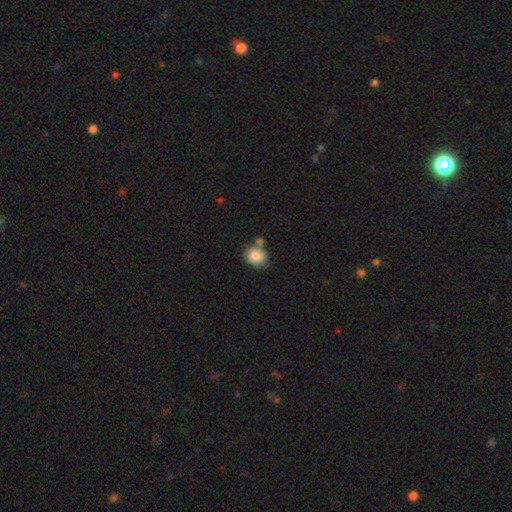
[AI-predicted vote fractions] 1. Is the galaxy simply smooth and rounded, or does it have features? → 85% smooth, 8% star or artifact, 7% featured or disk.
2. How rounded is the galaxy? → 63% round, 36% in between, 1% cigar-shaped.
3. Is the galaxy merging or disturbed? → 46% none, 25% merger, 22% minor disturbance, 8% major disturbance.